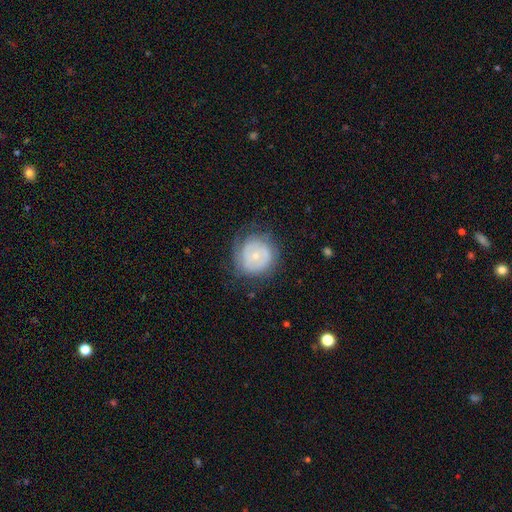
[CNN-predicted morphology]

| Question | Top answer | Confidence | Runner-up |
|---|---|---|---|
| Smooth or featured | featured or disk | 50% | smooth (42%) |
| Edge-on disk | no | 97% | yes (3%) |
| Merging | none | 66% | minor disturbance (22%) |